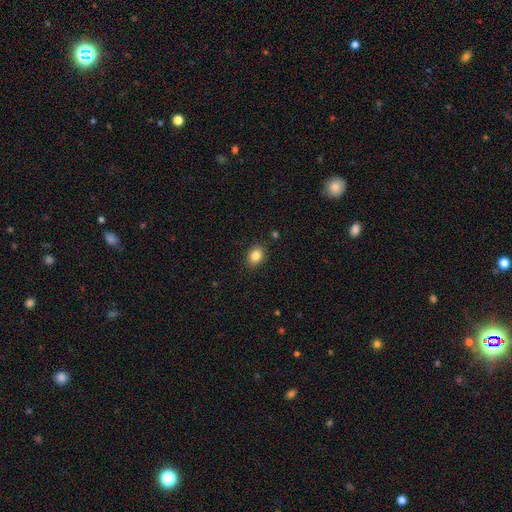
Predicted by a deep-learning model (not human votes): Q: Smooth or featured?
A: smooth (84%); runner-up: star or artifact (10%)
Q: How rounded?
A: in between (60%); runner-up: round (39%)
Q: Merging?
A: none (88%); runner-up: minor disturbance (9%)